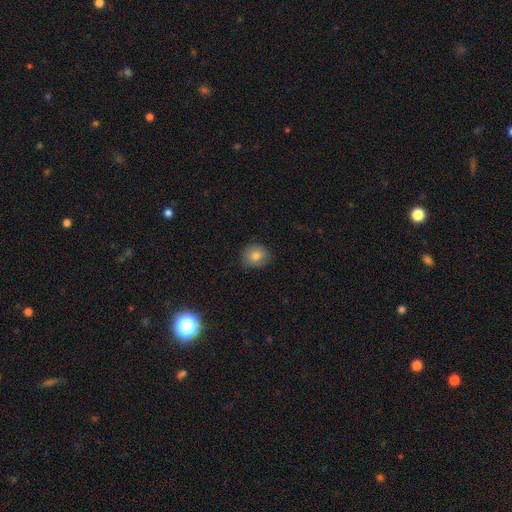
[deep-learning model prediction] Overall: smooth (80%). How rounded: round (80%). Merging: none (83%).